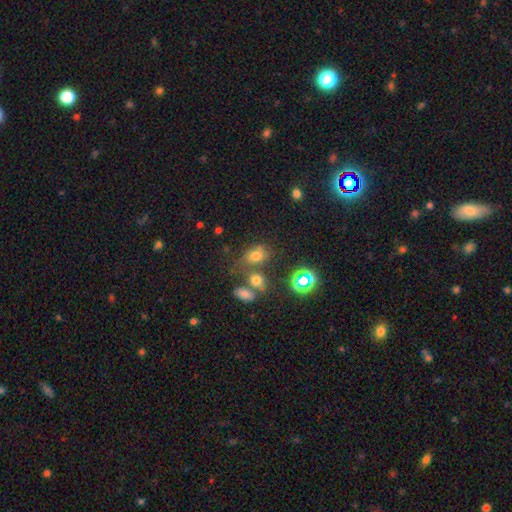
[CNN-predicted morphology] smooth_or_featured: smooth (p=0.62) [alt: star or artifact p=0.25]
how_rounded: in between (p=0.61) [alt: round p=0.37]
merging: none (p=0.53) [alt: merger p=0.25]